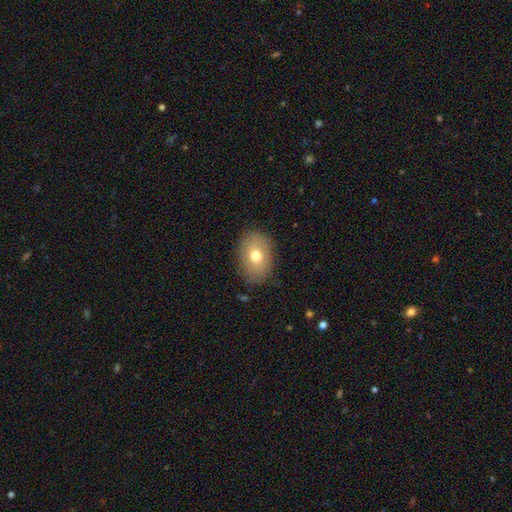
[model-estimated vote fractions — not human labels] A smooth galaxy with no disk features (71%) that is in between round and cigar-shaped (81%). Merging: none (82%).